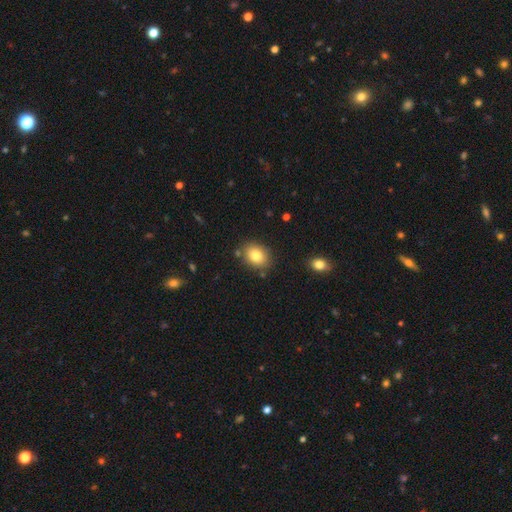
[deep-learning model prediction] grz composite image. It shows a smooth galaxy with no disk features (81%) that is in between round and cigar-shaped (62%). Merging: none (82%).